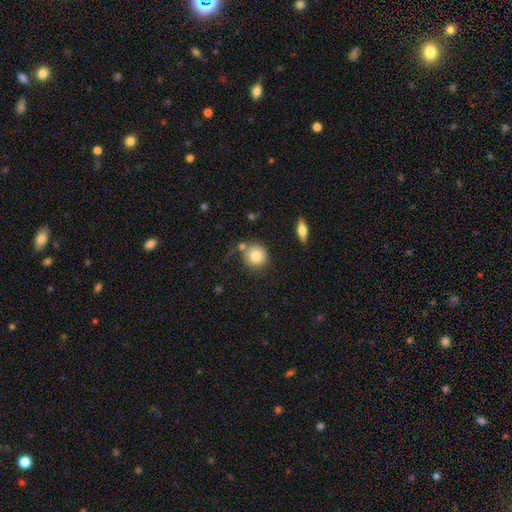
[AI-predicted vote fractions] smooth-or-featured: smooth: 81% | featured or disk: 11% | star or artifact: 8%
  how-rounded: round: 91% | in between: 8% | cigar-shaped: 1%
  merging: none: 69% | minor disturbance: 13% | merger: 13% | major disturbance: 5%